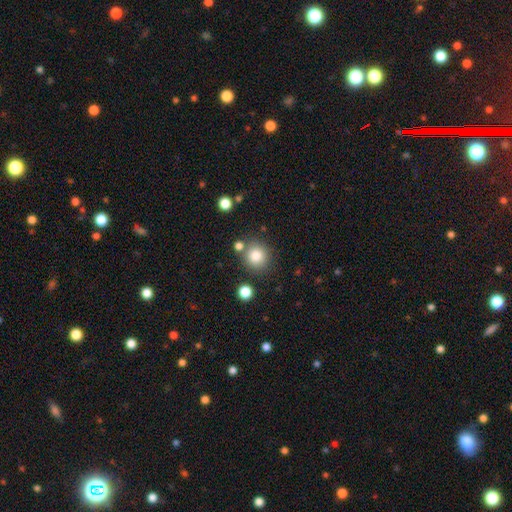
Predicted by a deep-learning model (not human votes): Smooth or featured?
  - smooth: 82% *
  - star or artifact: 11%
  - featured or disk: 7%
How rounded?
  - round: 90% *
  - in between: 9%
  - cigar-shaped: 1%
Merging?
  - none: 79% *
  - minor disturbance: 9%
  - merger: 9%
  - major disturbance: 3%